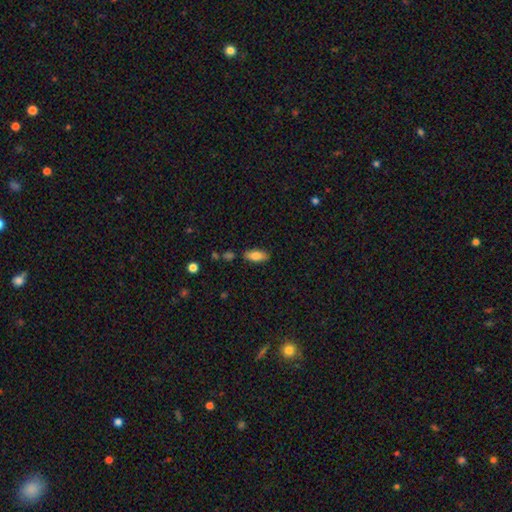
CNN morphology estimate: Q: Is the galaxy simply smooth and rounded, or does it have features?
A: smooth — 81%.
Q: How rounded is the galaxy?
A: in between — 80%.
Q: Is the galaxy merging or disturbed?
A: none — 82%.